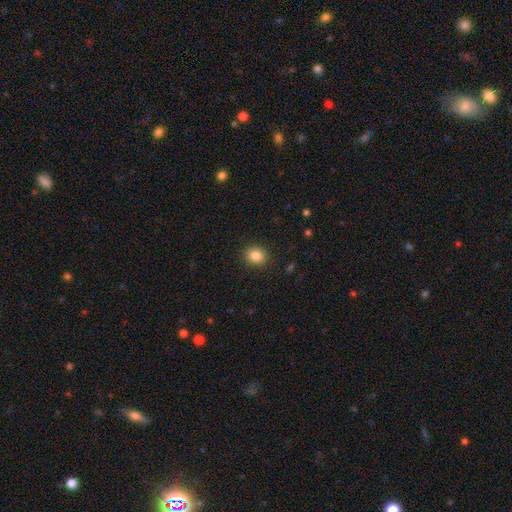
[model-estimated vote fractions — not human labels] Smooth or featured: smooth — 85% (star or artifact — 10%)
How rounded: round — 71% (in between — 29%)
Merging: none — 90% (minor disturbance — 7%)